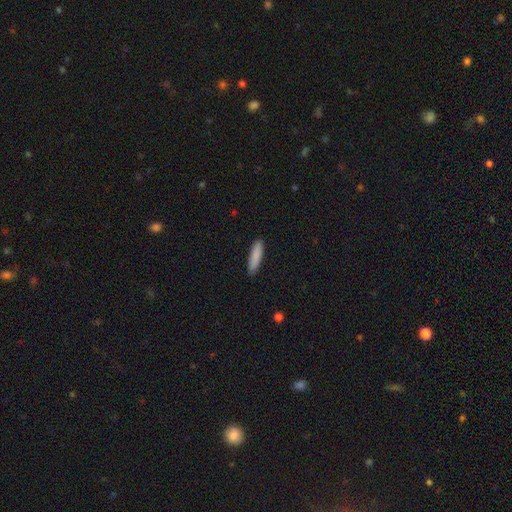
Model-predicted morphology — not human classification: The model was most divided on "how rounded": cigar-shaped: 78%, in between: 21%, round: 1%. More confident: merging — none (89%); smooth or featured — smooth (87%).